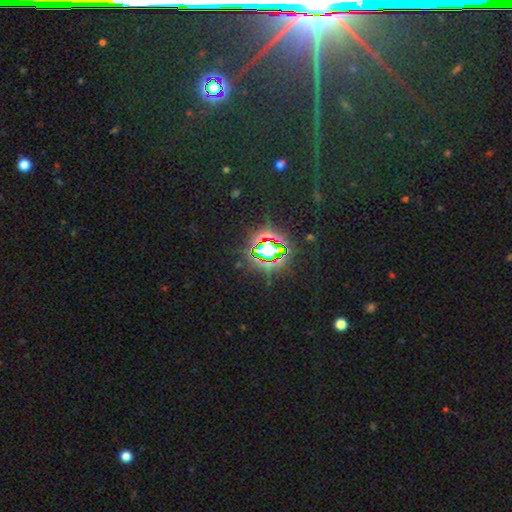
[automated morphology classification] A star or artifact, not a galaxy (81%).

Vote fractions:
- Smooth or featured? star or artifact: 81% / smooth: 11% / featured or disk: 8%